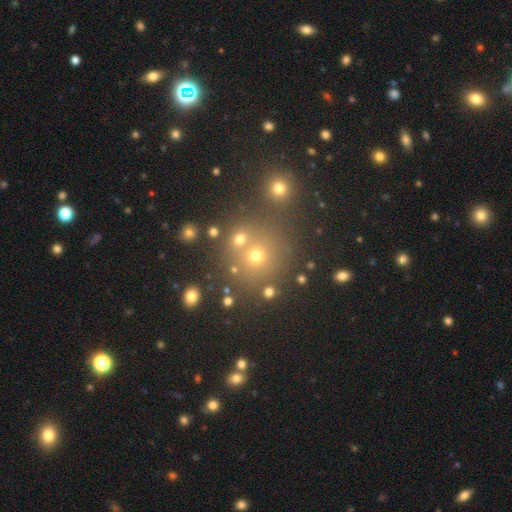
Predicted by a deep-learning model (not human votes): Smooth or featured?
  - smooth: 64% *
  - star or artifact: 27%
  - featured or disk: 10%
How rounded?
  - round: 90% *
  - in between: 9%
  - cigar-shaped: 1%
Merging?
  - none: 71% *
  - merger: 17%
  - minor disturbance: 8%
  - major disturbance: 4%